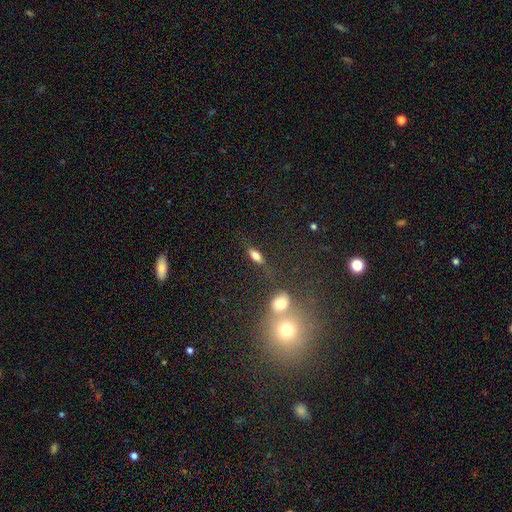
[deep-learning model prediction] This is likely a smooth galaxy (71%). How rounded: likely in between (67%). Merging: likely none (72%).